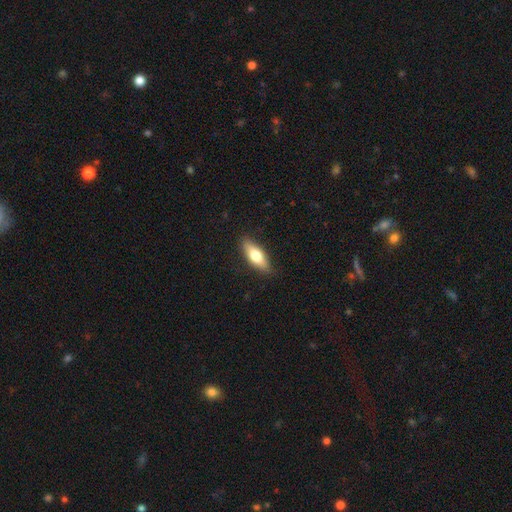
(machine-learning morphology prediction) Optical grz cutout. It shows a smooth galaxy with no disk features (65%) that is in between round and cigar-shaped (63%). Merging: none (86%).